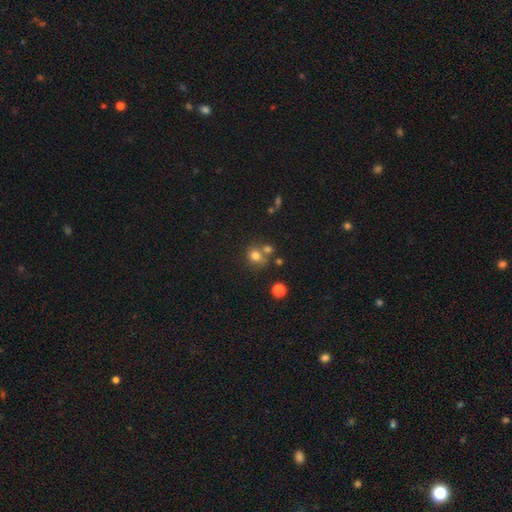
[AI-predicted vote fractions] Overall: smooth (75%). How rounded: round (74%). Merging: none (53%; merger 30%).